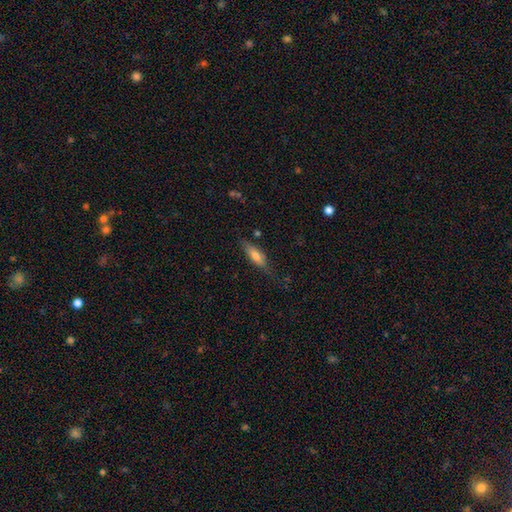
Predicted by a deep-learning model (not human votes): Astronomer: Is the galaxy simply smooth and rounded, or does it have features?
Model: smooth — 64%.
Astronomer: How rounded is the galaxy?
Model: cigar-shaped — 54% (runner-up: in between, 44%).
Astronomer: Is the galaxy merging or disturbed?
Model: none — 70%.